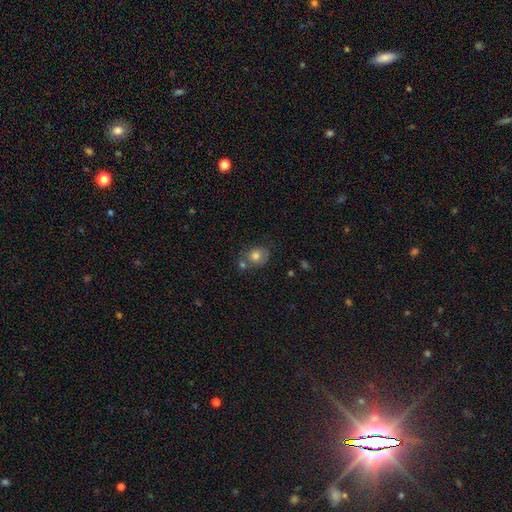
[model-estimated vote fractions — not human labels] Smooth or featured? smooth (78%)
How rounded? round (65%)
Merging? none (56%)